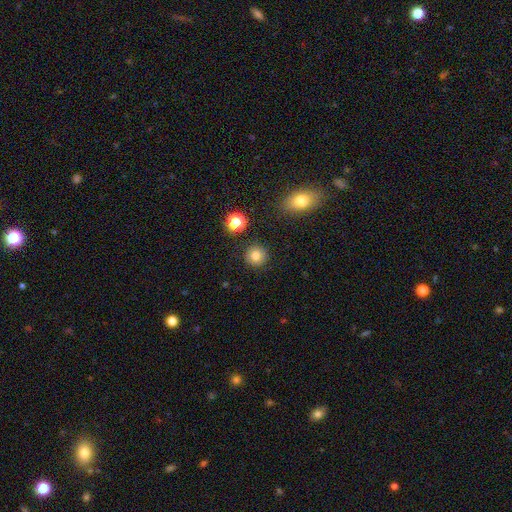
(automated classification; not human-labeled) smooth_or_featured: smooth (p=0.80) [alt: star or artifact p=0.12]
how_rounded: round (p=0.94) [alt: in between p=0.05]
merging: none (p=0.89) [alt: minor disturbance p=0.06]